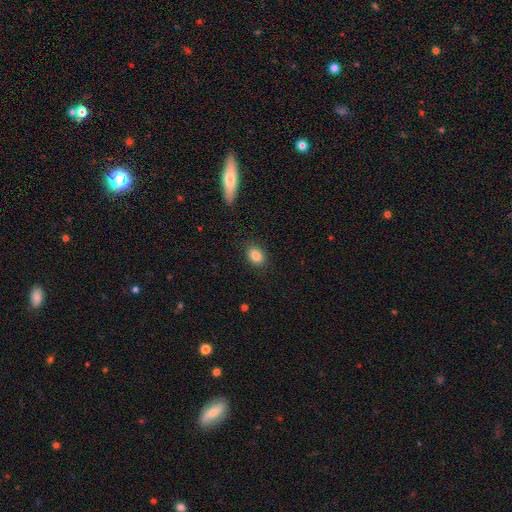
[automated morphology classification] Q: Smooth or featured?
A: smooth (84%); runner-up: star or artifact (9%)
Q: How rounded?
A: in between (71%); runner-up: round (27%)
Q: Merging?
A: none (86%); runner-up: minor disturbance (10%)